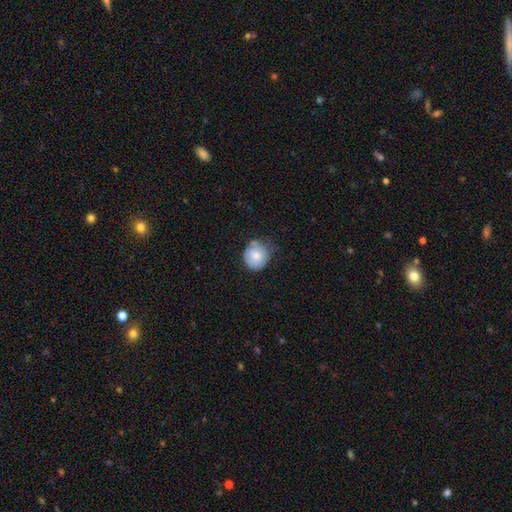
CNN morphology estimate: smooth_or_featured: smooth (p=0.70) [alt: featured or disk p=0.23]
how_rounded: round (p=0.81) [alt: in between p=0.18]
merging: none (p=0.57) [alt: minor disturbance p=0.31]